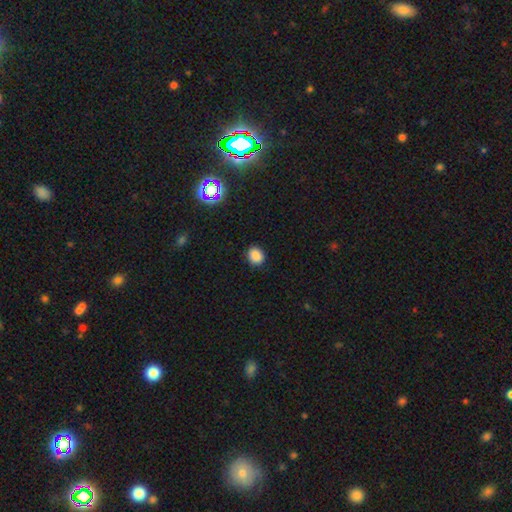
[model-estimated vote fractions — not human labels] Smooth or featured: smooth — 86% (star or artifact — 11%)
How rounded: round — 60% (in between — 39%)
Merging: none — 87% (minor disturbance — 9%)